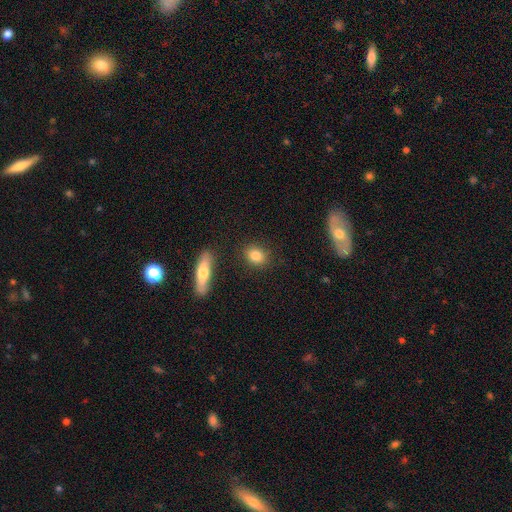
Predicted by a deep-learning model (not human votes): This is clearly a smooth galaxy (83%). How rounded: possibly in between (50%). Merging: clearly none (86%).